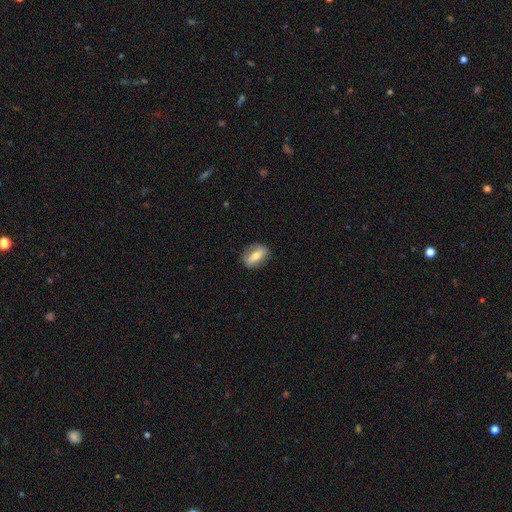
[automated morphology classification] Smooth or featured? smooth (54%)
How rounded? in between (78%)
Merging? none (81%)